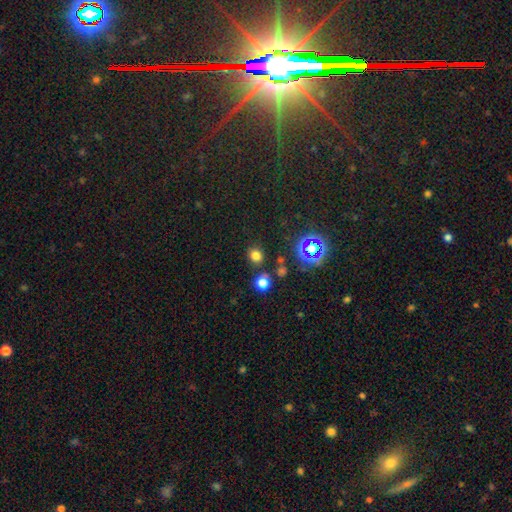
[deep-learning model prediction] Morphology: type=smooth (72%); roundness=round (73%); merging=none (81%).